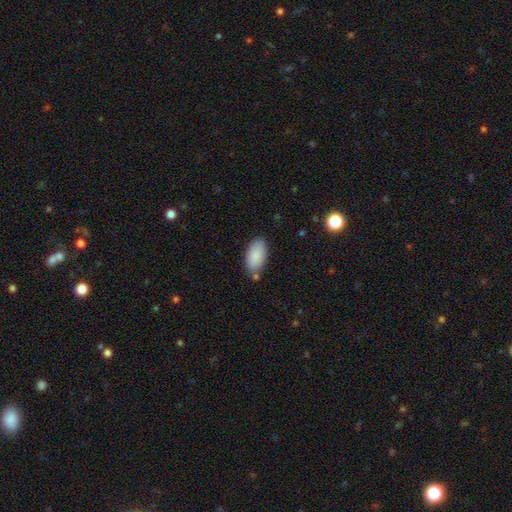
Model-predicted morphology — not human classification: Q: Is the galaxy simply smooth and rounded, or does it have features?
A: smooth — 88%.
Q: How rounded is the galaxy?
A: in between — 94%.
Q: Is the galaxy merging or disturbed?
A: none — 75%.